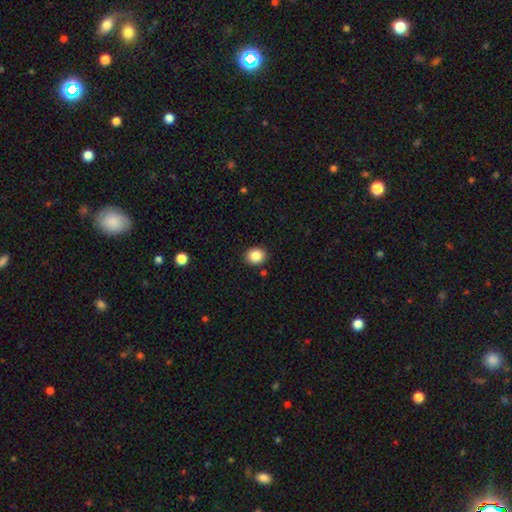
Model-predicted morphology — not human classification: This is clearly a smooth galaxy (86%). How rounded: likely round (66%). Merging: clearly none (89%).